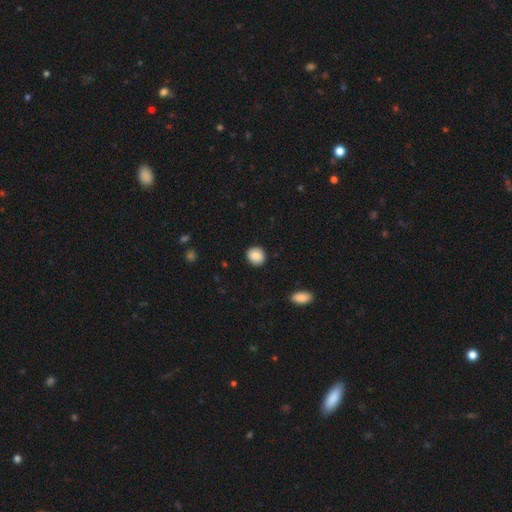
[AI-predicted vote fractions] Smooth or featured? Predicted: smooth (p=0.88). How rounded? Predicted: round (p=0.81). Merging? Predicted: none (p=0.90).